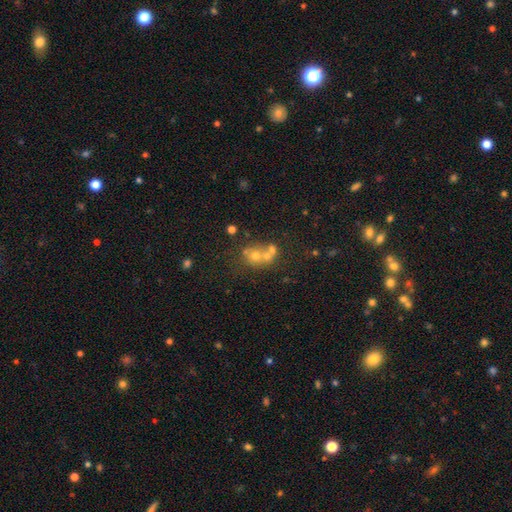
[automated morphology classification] Smooth or featured: smooth — 51% (featured or disk — 26%)
How rounded: round — 72% (in between — 27%)
Merging: merger — 49% (none — 37%)